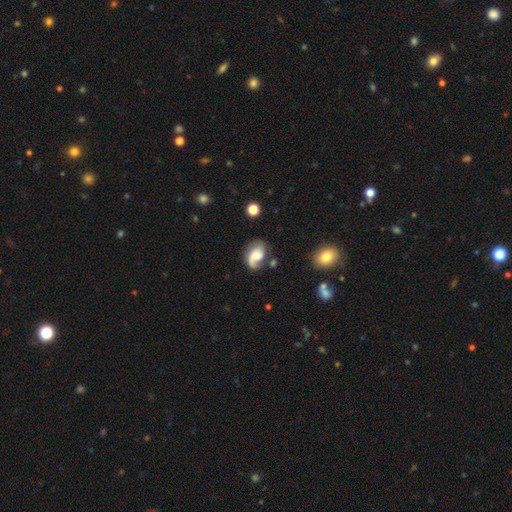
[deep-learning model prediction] A featured or disk galaxy (59%) with no bar (60%), 1 (47%) loose (40%) spiral arms (90%) and no central bulge (27%). Merging: none (51%).